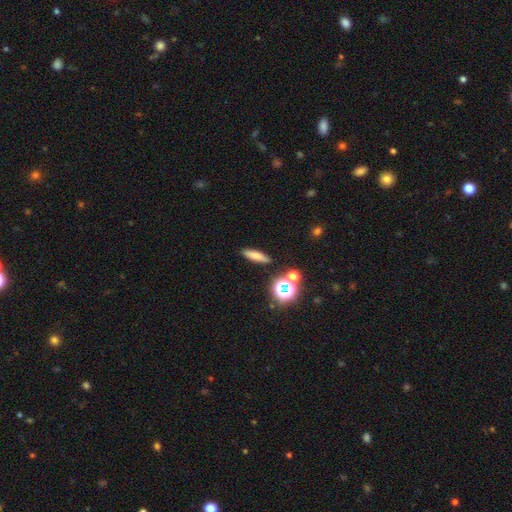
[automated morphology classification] This appears to be a smooth galaxy with no disk features (72%) that is cigar-shaped (67%). Merging: none (88%).